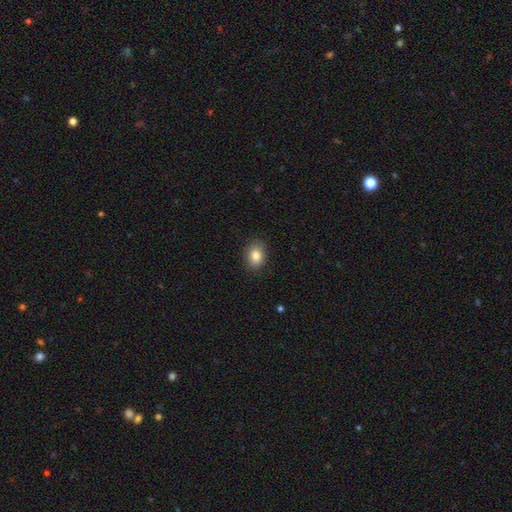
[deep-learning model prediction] This appears to be a smooth galaxy with no disk features (84%) that is in between round and cigar-shaped (72%). Merging: none (86%).